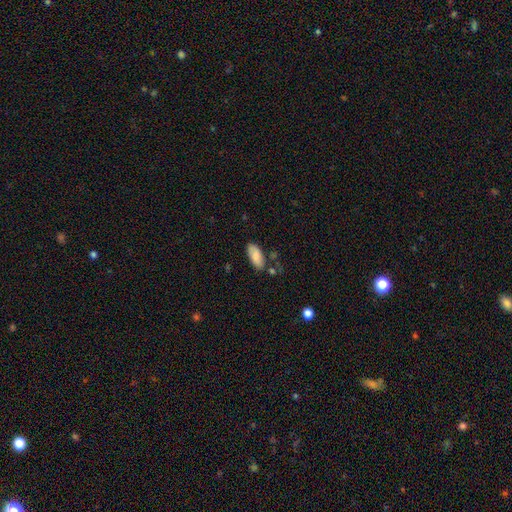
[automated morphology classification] smooth 83%, featured or disk 10%, star or artifact 6%. Down the decision tree: how rounded — in between (89%); merging — none (72%).